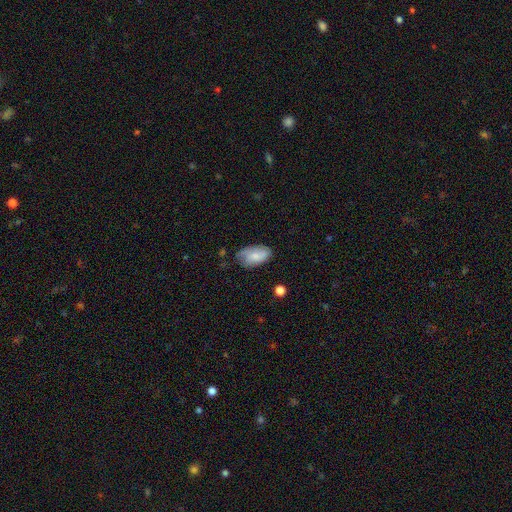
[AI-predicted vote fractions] This appears to be a smooth galaxy with no disk features (69%) that is in between round and cigar-shaped (93%). Merging: none (57%).